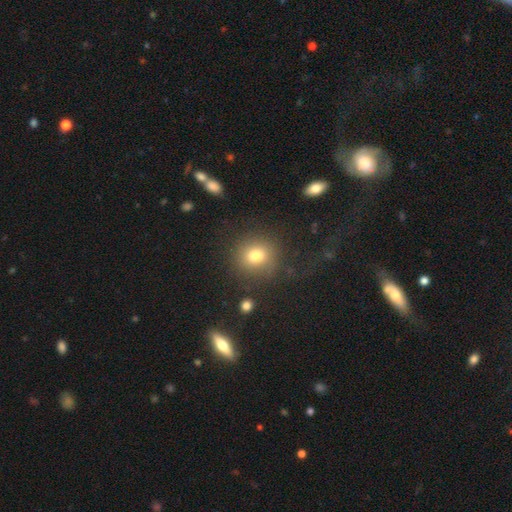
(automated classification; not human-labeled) Smooth or featured?
  - smooth: 78% *
  - star or artifact: 13%
  - featured or disk: 9%
How rounded?
  - round: 84% *
  - in between: 15%
  - cigar-shaped: 1%
Merging?
  - none: 80% *
  - minor disturbance: 11%
  - major disturbance: 6%
  - merger: 3%